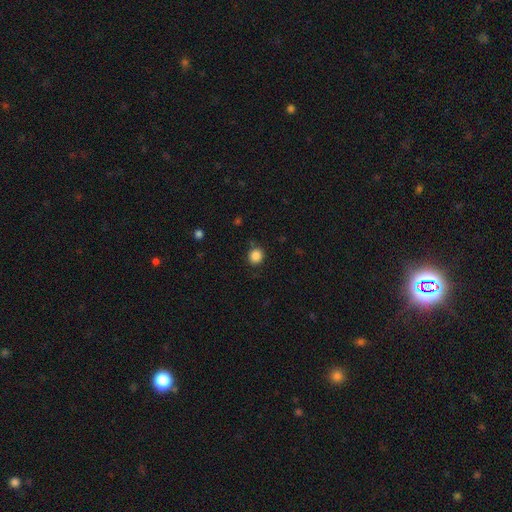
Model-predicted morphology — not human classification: This is clearly a smooth galaxy (86%). How rounded: clearly round (82%). Merging: clearly none (84%).